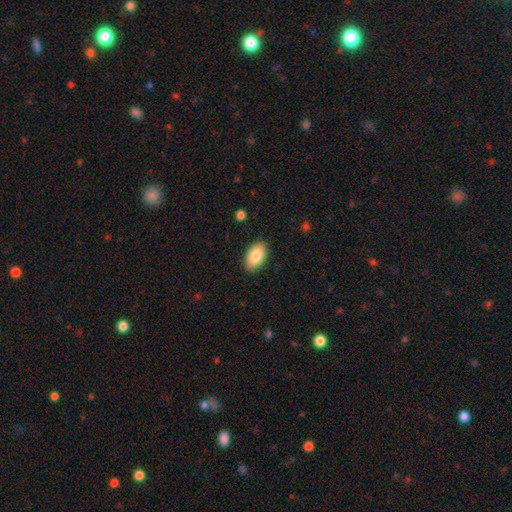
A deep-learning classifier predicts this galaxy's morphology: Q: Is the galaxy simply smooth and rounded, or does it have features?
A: smooth — 85%.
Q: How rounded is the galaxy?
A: in between — 94%.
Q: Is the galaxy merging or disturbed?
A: none — 87%.